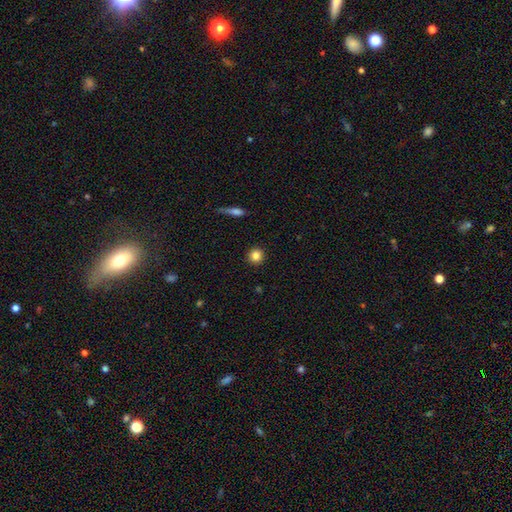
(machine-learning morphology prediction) Smooth or featured: smooth — 84% (star or artifact — 10%)
How rounded: round — 94% (in between — 5%)
Merging: none — 92% (minor disturbance — 5%)